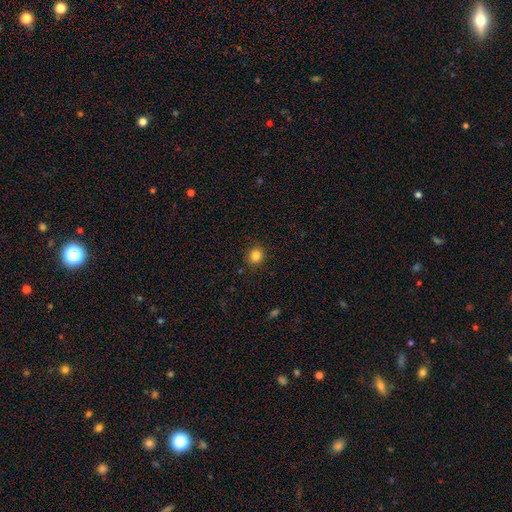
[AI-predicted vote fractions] Overall: smooth (84%). How rounded: round (83%). Merging: none (89%).